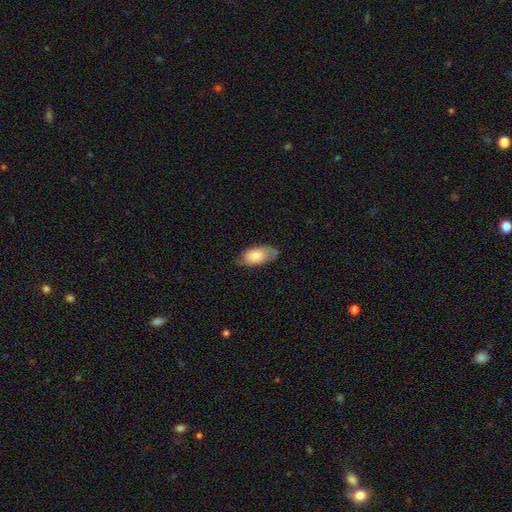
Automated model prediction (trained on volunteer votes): Smooth or featured? Predicted: smooth (p=0.65). How rounded? Predicted: in between (p=0.92). Merging? Predicted: none (p=0.64).